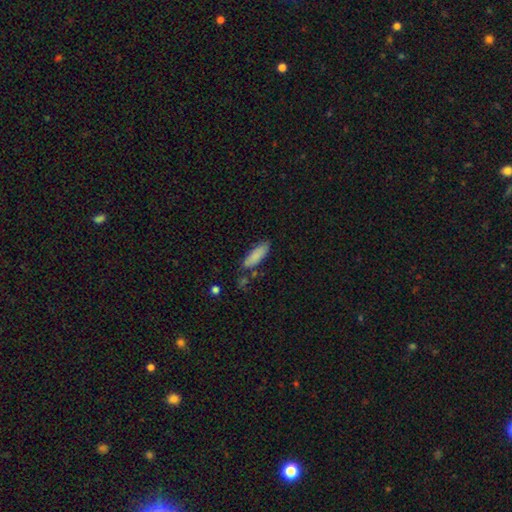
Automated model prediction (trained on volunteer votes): smooth-or-featured: smooth: 86% | featured or disk: 8% | star or artifact: 6%
  how-rounded: in between: 55% | cigar-shaped: 43% | round: 2%
  merging: none: 72% | minor disturbance: 18% | merger: 6% | major disturbance: 4%